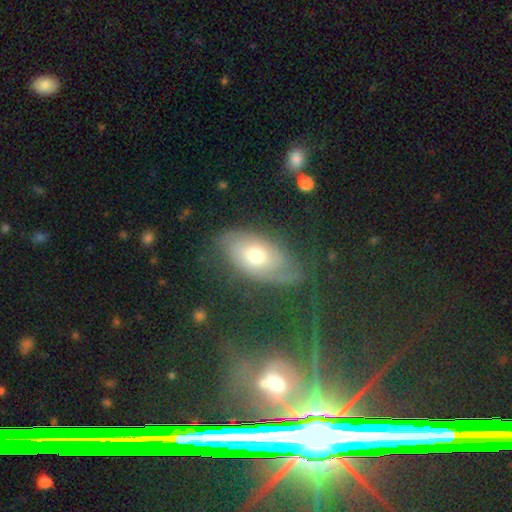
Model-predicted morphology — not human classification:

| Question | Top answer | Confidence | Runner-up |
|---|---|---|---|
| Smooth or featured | featured or disk | 50% | smooth (33%) |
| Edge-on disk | no | 88% | yes (12%) |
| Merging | none | 71% | minor disturbance (19%) |